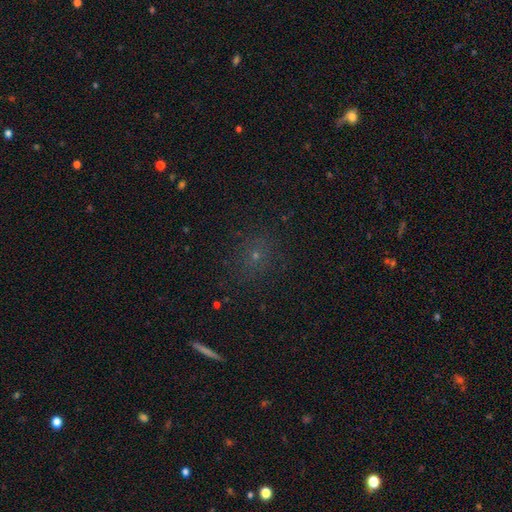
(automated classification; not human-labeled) Morphology: type=smooth (52%); roundness=round (85%); merging=none (84%).